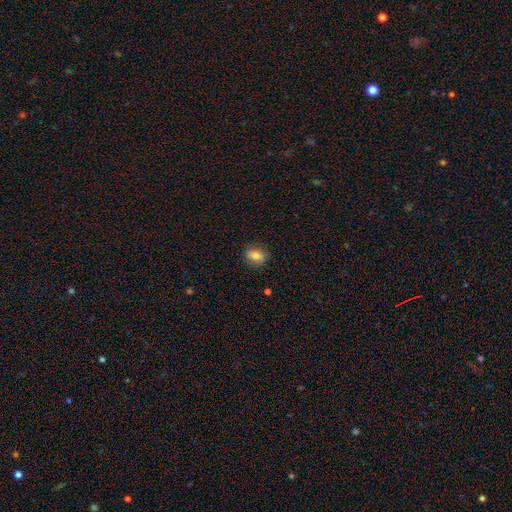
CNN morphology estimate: This appears to be a smooth galaxy with no disk features (69%) that is in between round and cigar-shaped (65%). Merging: none (81%).